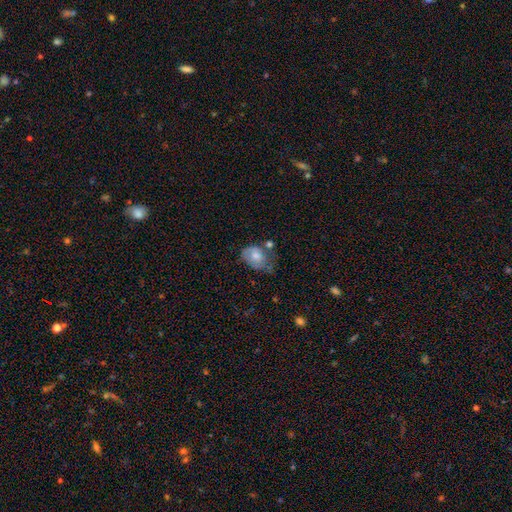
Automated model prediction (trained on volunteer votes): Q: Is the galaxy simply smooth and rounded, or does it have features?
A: smooth — 63%.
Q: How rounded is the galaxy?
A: in between — 69%.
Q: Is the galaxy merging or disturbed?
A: minor disturbance — 36%.